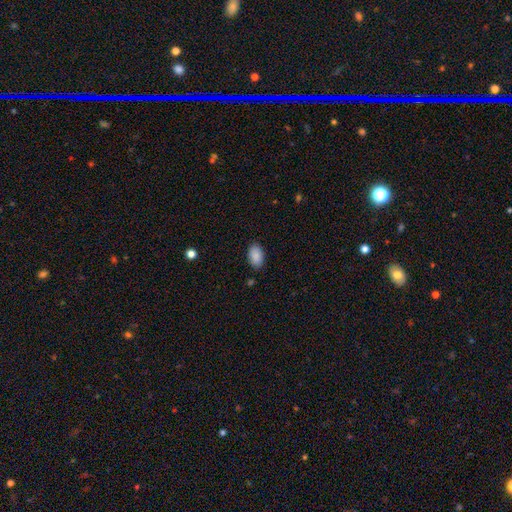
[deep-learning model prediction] Smooth or featured? smooth (89%)
How rounded? in between (93%)
Merging? none (86%)